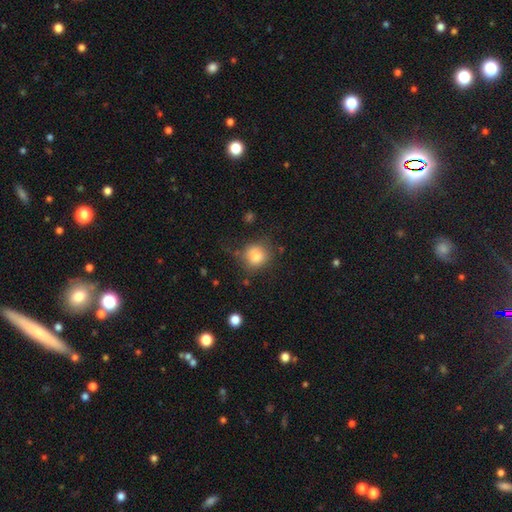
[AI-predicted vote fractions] smooth 81%, star or artifact 10%, featured or disk 9%. Down the decision tree: how rounded — round (82%); merging — none (69%).